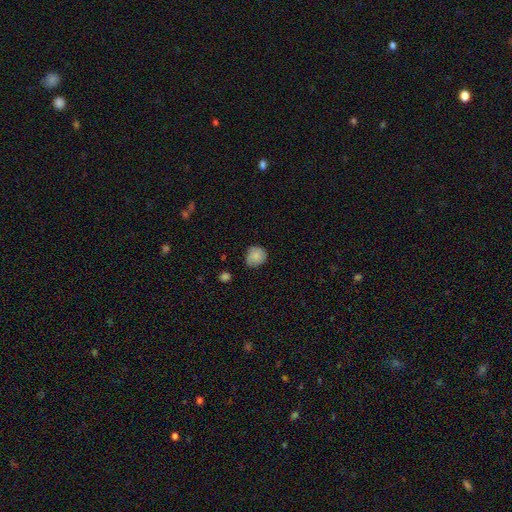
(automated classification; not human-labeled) The model was most divided on "merging": none: 69%, minor disturbance: 25%, major disturbance: 4%, merger: 2%. More confident: how rounded — round (82%); smooth or featured — smooth (82%).